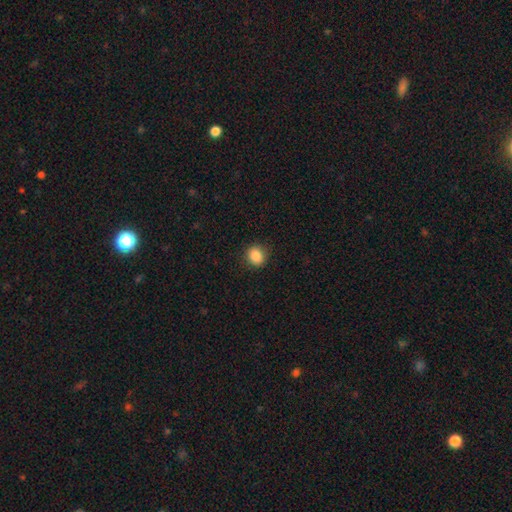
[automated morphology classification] Smooth or featured?
  - smooth: 87% *
  - star or artifact: 10%
  - featured or disk: 4%
How rounded?
  - round: 78% *
  - in between: 21%
  - cigar-shaped: 1%
Merging?
  - none: 88% *
  - minor disturbance: 9%
  - major disturbance: 2%
  - merger: 1%